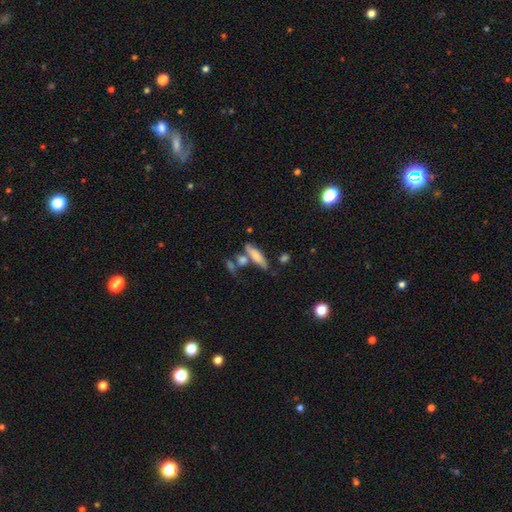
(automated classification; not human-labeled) Overall: smooth (72%). How rounded: cigar-shaped (57%; in between 40%). Merging: none (54%; merger 22%).